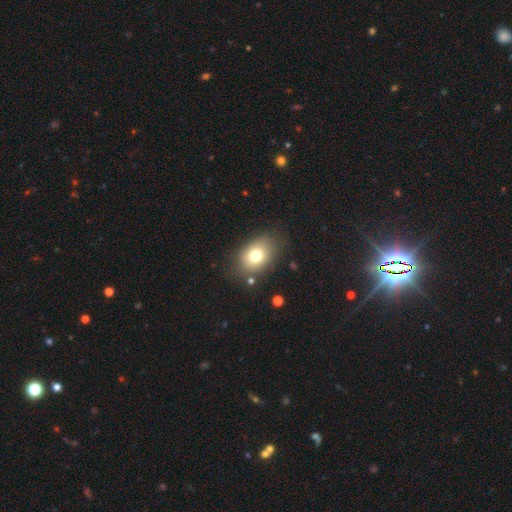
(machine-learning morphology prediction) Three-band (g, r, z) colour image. It shows a smooth galaxy with no disk features (75%) that is in between round and cigar-shaped (73%). Merging: none (76%).